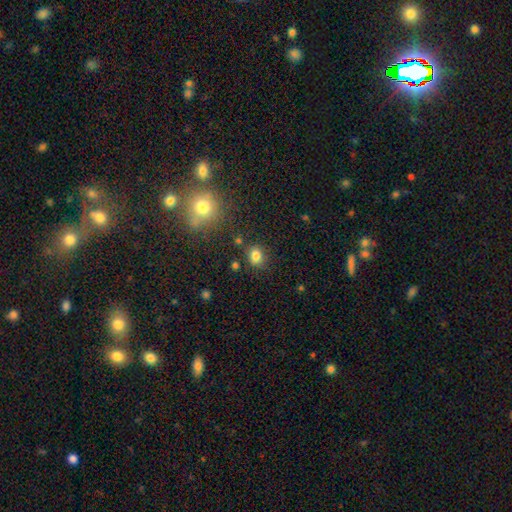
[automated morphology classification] type=smooth (80%); roundness=in between (52%); merging=none (79%).